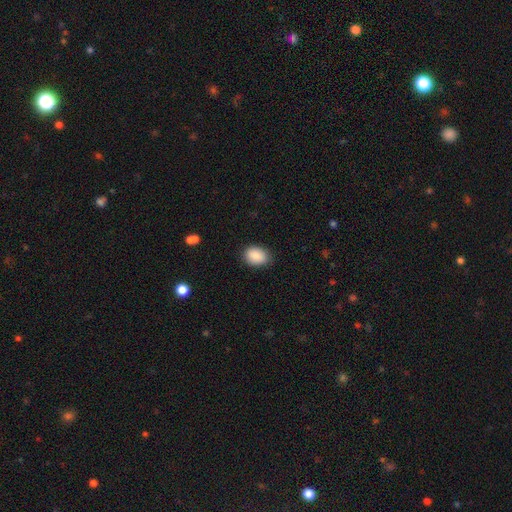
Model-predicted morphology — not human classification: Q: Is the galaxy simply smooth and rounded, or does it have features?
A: smooth — 88%.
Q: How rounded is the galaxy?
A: in between — 74%.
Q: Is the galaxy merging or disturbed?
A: none — 82%.